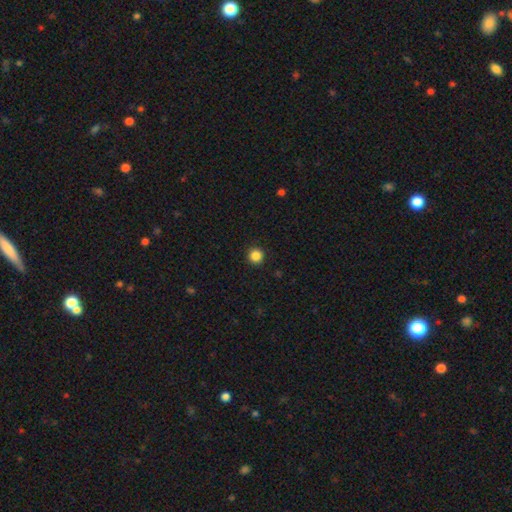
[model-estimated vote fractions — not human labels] Overall: smooth (86%). How rounded: round (95%). Merging: none (93%).